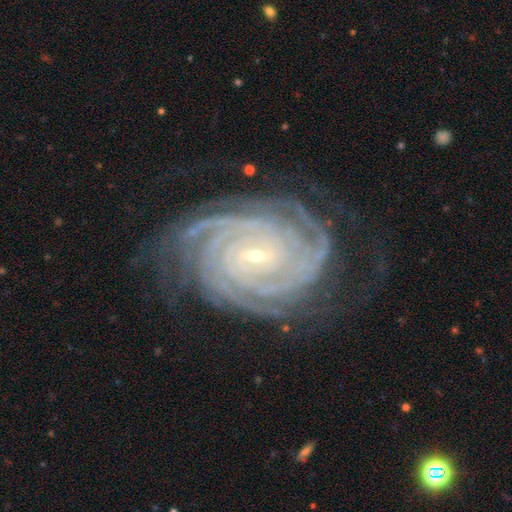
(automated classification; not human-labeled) featured or disk 92%, star or artifact 5%, smooth 3%. Down the decision tree: edge-on disk — no (97%); bar — no (42%); spiral arms — yes (99%); spiral arm count — 4 (29%); spiral winding — tight (86%); bulge size — small (83%); merging — none (77%).